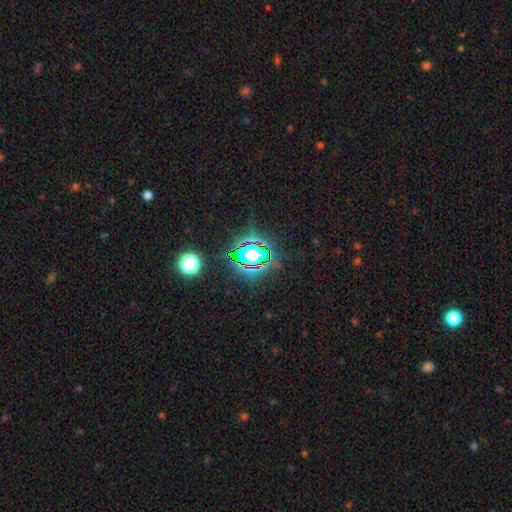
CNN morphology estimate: Smooth or featured? star or artifact (80%)